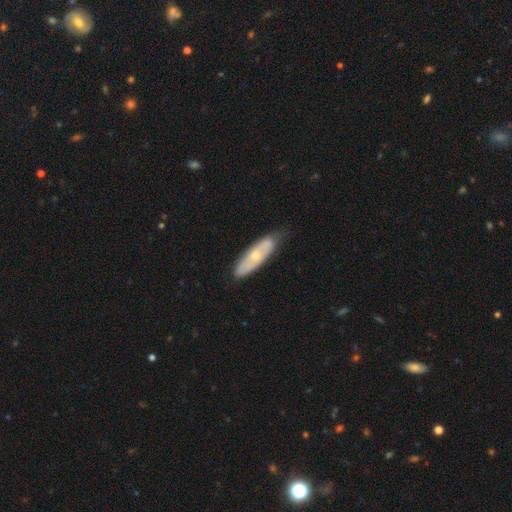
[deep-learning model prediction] Smooth or featured? featured or disk (48%)
Merging? none (68%)